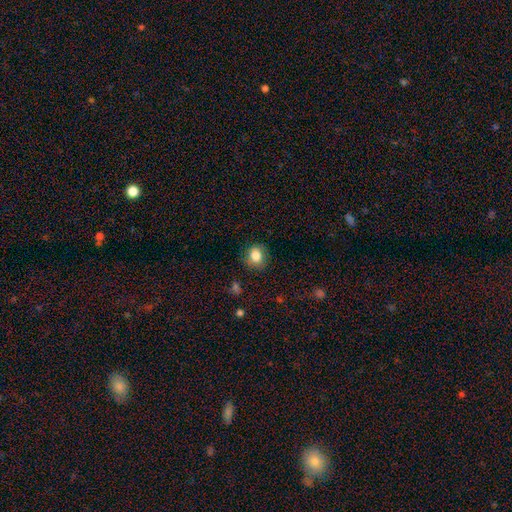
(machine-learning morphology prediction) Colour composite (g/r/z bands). It shows a smooth galaxy with no disk features (83%) that is round (68%). Merging: none (81%).